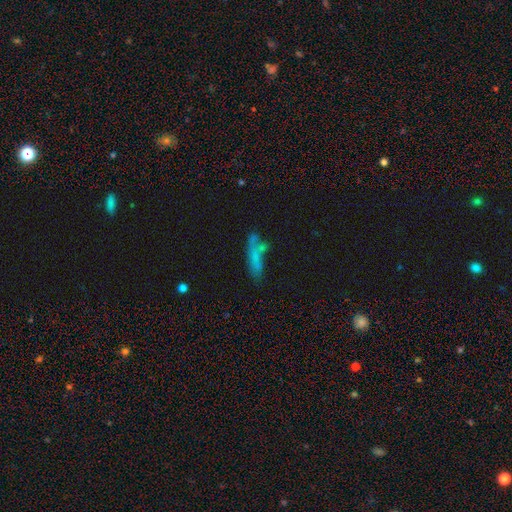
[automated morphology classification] Q: Smooth or featured?
A: smooth (56%); runner-up: featured or disk (29%)
Q: How rounded?
A: cigar-shaped (62%); runner-up: in between (34%)
Q: Merging?
A: none (46%); runner-up: minor disturbance (21%)